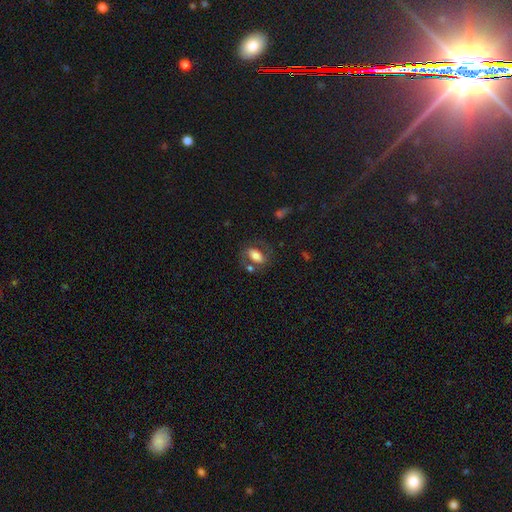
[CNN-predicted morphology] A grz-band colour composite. It shows a smooth galaxy with no disk features (61%) that is in between round and cigar-shaped (86%). Merging: none (58%).